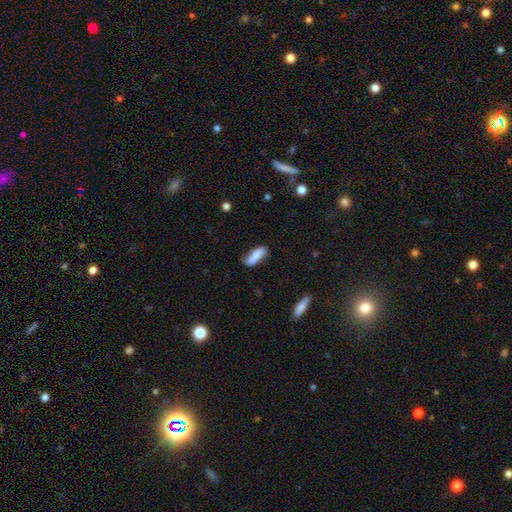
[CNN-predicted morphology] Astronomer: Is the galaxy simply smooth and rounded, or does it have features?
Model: smooth — 69%.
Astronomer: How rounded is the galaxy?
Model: in between — 62%.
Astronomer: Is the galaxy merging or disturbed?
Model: none — 58%.